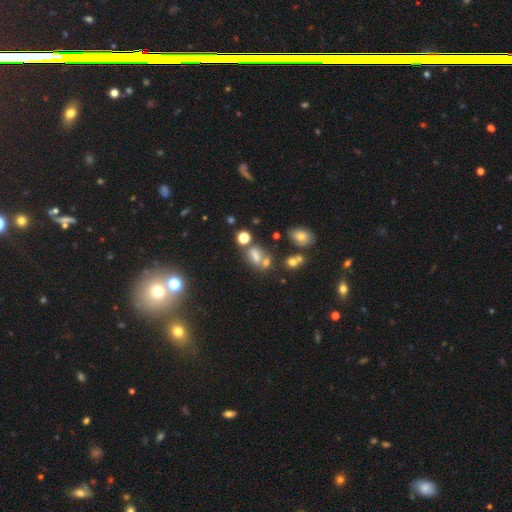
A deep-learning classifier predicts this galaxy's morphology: smooth_or_featured: smooth (p=0.54) [alt: featured or disk p=0.23]
how_rounded: in between (p=0.72) [alt: round p=0.21]
merging: none (p=0.38) [alt: merger p=0.35]